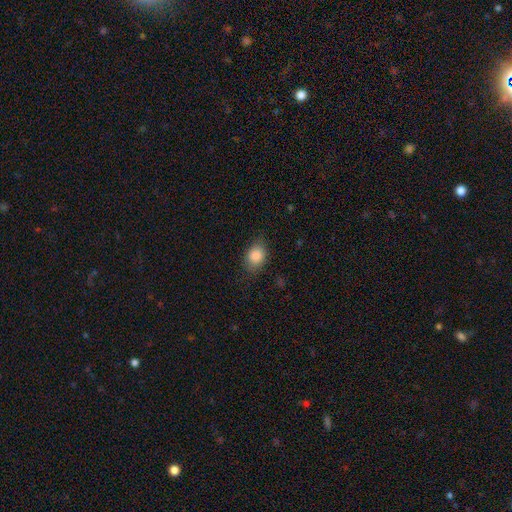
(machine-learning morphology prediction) A smooth galaxy with no disk features (86%) that is in between round and cigar-shaped (71%).

Vote fractions:
- Smooth or featured? smooth: 86% / star or artifact: 8% / featured or disk: 6%
- How rounded? in between: 71% / round: 27% / cigar-shaped: 1%
- Merging? none: 75% / minor disturbance: 19% / major disturbance: 5% / merger: 1%